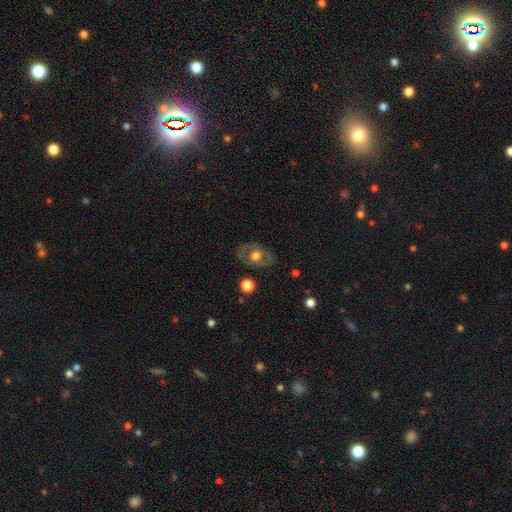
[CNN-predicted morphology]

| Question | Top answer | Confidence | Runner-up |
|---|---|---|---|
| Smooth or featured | featured or disk | 54% | smooth (39%) |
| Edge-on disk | no | 91% | yes (9%) |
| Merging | none | 79% | minor disturbance (14%) |